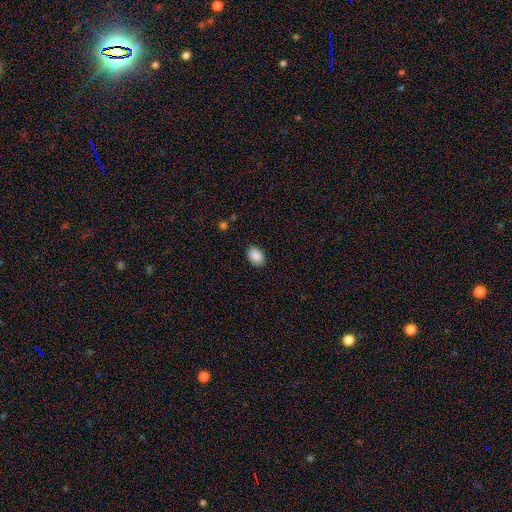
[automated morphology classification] Smooth or featured? Predicted: smooth (p=0.90). How rounded? Predicted: in between (p=0.85). Merging? Predicted: none (p=0.87).